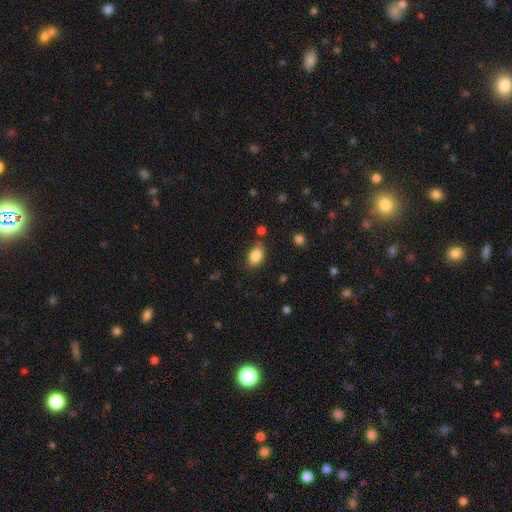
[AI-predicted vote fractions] smooth_or_featured: smooth (p=0.86) [alt: star or artifact p=0.09]
how_rounded: in between (p=0.81) [alt: round p=0.18]
merging: none (p=0.74) [alt: minor disturbance p=0.16]